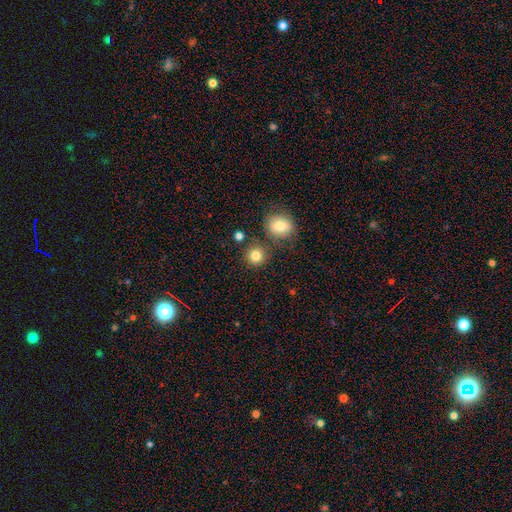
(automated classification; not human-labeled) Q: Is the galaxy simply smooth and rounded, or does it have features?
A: smooth — 82%.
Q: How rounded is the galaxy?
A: round — 91%.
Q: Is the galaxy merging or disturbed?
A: none — 79%.